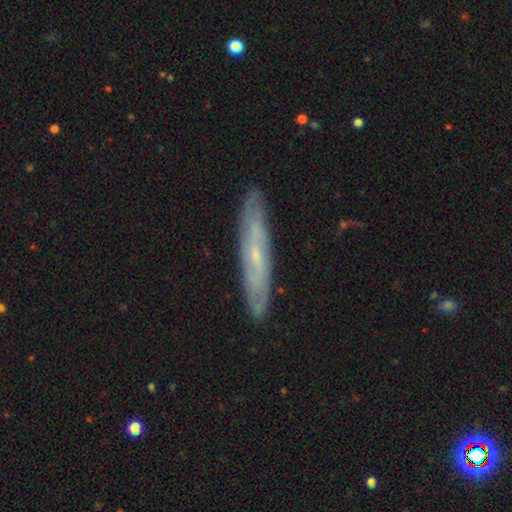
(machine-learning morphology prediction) Smooth or featured? Predicted: featured or disk (p=0.68). Edge-on disk? Predicted: yes (p=0.57). Merging? Predicted: none (p=0.87).